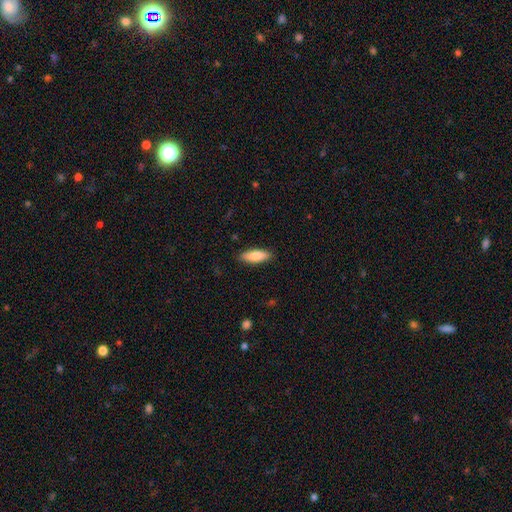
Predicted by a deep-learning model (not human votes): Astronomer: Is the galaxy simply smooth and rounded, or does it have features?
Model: smooth — 84%.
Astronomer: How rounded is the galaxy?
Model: in between — 60% (runner-up: cigar-shaped, 38%).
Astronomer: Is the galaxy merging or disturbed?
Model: none — 88%.